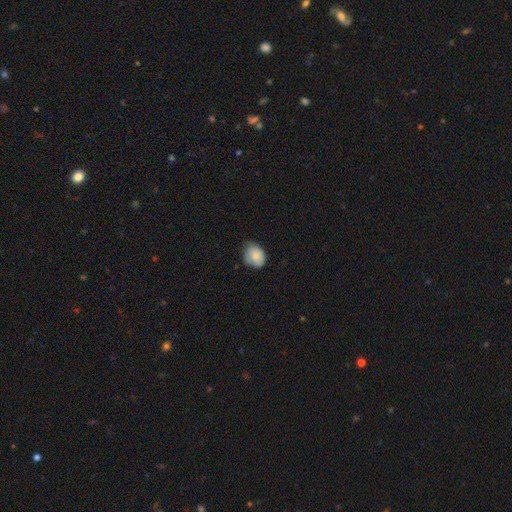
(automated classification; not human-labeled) A smooth galaxy with no disk features (78%) that is round (51%).

Vote fractions:
- Smooth or featured? smooth: 78% / featured or disk: 15% / star or artifact: 7%
- How rounded? round: 51% / in between: 48% / cigar-shaped: 1%
- Merging? none: 53% / minor disturbance: 39% / major disturbance: 7% / merger: 1%